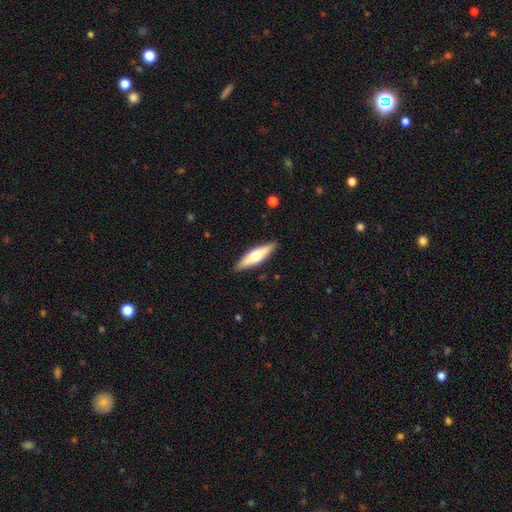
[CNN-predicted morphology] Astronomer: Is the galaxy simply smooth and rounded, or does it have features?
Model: featured or disk — 48% (runner-up: smooth, 47%).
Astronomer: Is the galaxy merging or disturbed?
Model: none — 89%.